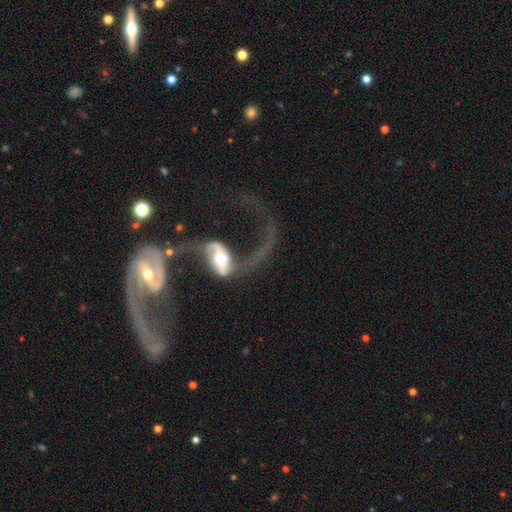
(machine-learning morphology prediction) This is clearly a featured or disk galaxy (83%). It is clearly not viewed edge-on (95%). Bar: marginally no (43%). Spiral arm pattern: clearly yes (89%). Spiral arm count: clearly 2 (85%). Spiral winding: likely loose (77%). Central bulge: possibly moderate (54%). Merging: possibly merger (45%).